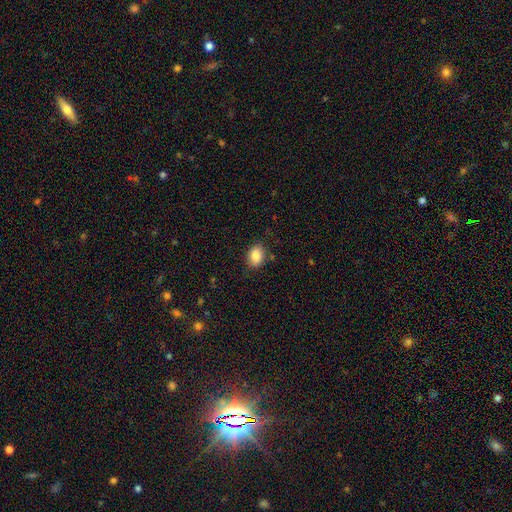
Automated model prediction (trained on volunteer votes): Q: Smooth or featured?
A: smooth (87%); runner-up: star or artifact (8%)
Q: How rounded?
A: in between (70%); runner-up: round (29%)
Q: Merging?
A: none (82%); runner-up: minor disturbance (13%)